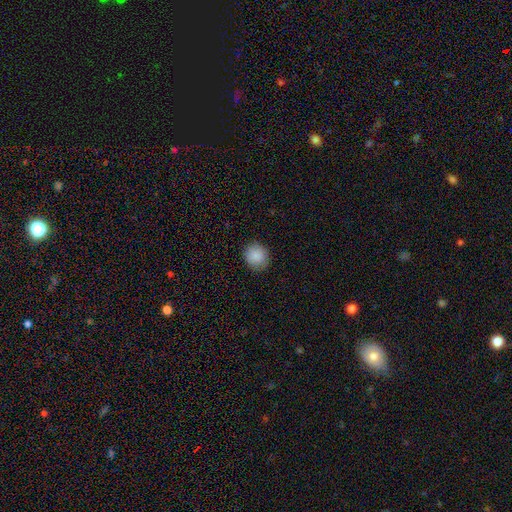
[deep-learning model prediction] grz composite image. It shows a smooth galaxy with no disk features (88%) that is round (79%). Merging: none (88%).